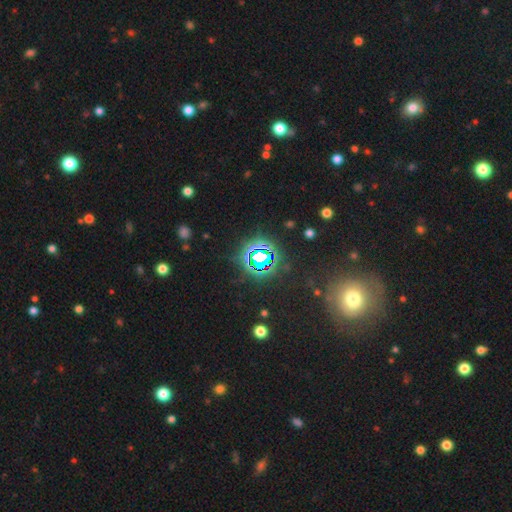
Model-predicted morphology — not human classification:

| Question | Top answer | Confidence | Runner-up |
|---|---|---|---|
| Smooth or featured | star or artifact | 79% | smooth (13%) |